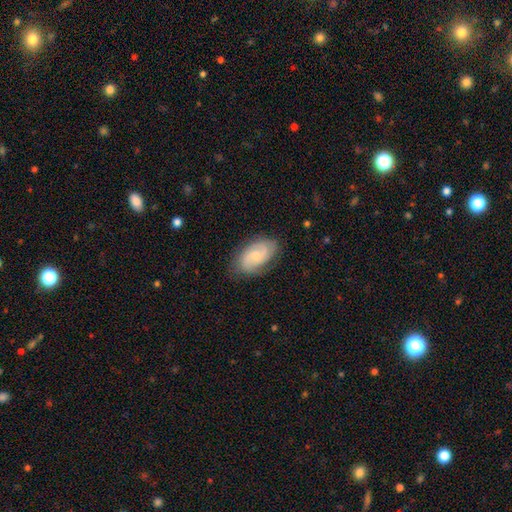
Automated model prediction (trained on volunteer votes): Morphology: type=featured or disk (65%); edge-on=no (96%); bar=no (57%); spiral arms=yes (94%); winding=medium (45%); arm count=2 (65%); bulge=small (55%); merging=none (76%).